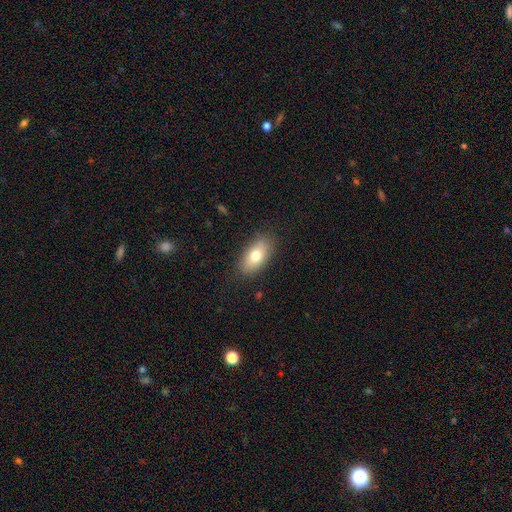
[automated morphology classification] smooth-or-featured: smooth: 75% | featured or disk: 18% | star or artifact: 7%
  how-rounded: in between: 90% | round: 6% | cigar-shaped: 5%
  merging: none: 83% | minor disturbance: 12% | major disturbance: 3% | merger: 1%